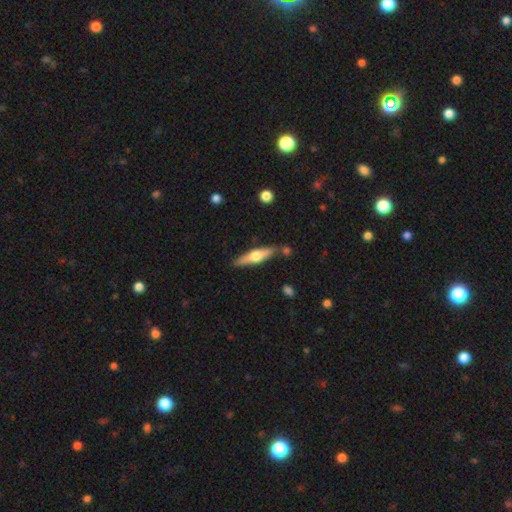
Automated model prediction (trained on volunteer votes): smooth-or-featured: featured or disk: 57% | smooth: 38% | star or artifact: 5%
  disk-edge-on: yes: 94% | no: 6%
    edge-on-bulge: rounded: 93% | boxy: 4% | none: 3%
  merging: none: 81% | minor disturbance: 11% | merger: 5% | major disturbance: 2%